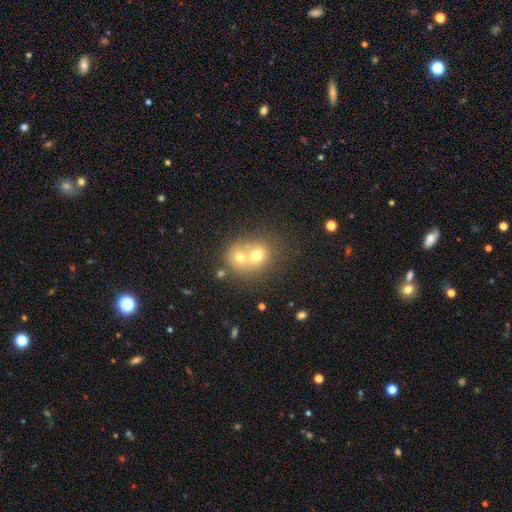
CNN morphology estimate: Smooth or featured? Predicted: smooth (p=0.60). How rounded? Predicted: round (p=0.73). Merging? Predicted: merger (p=0.67).